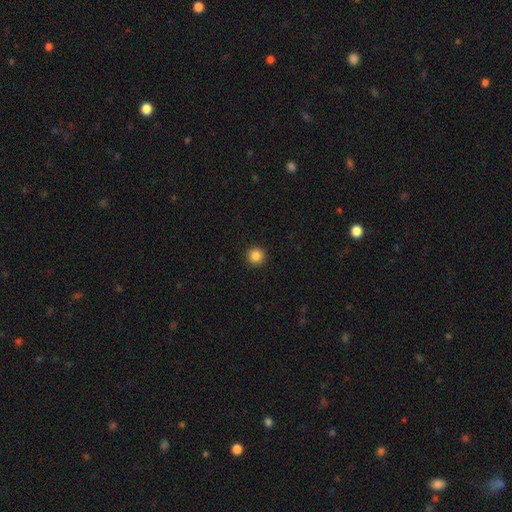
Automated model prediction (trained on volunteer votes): Smooth or featured?
  - smooth: 86% *
  - star or artifact: 11%
  - featured or disk: 4%
How rounded?
  - round: 96% *
  - in between: 3%
  - cigar-shaped: 1%
Merging?
  - none: 93% *
  - minor disturbance: 4%
  - major disturbance: 2%
  - merger: 1%